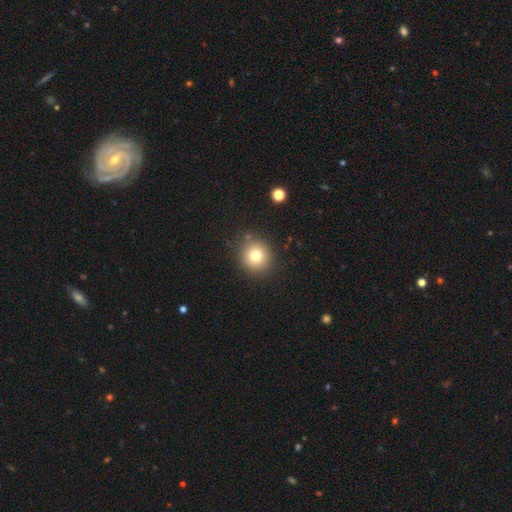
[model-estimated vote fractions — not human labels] A smooth galaxy with no disk features (76%) that is round (92%).

Vote fractions:
- Smooth or featured? smooth: 76% / star or artifact: 13% / featured or disk: 11%
- How rounded? round: 92% / in between: 7% / cigar-shaped: 1%
- Merging? none: 87% / minor disturbance: 8% / major disturbance: 3% / merger: 3%